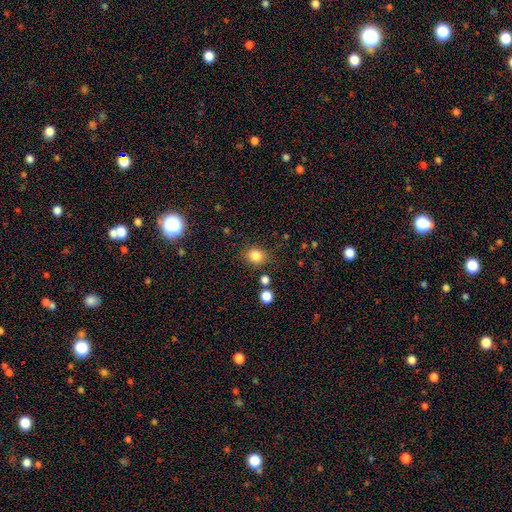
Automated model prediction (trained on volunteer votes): This appears to be a smooth galaxy with no disk features (83%) that is round (69%). Merging: none (80%).